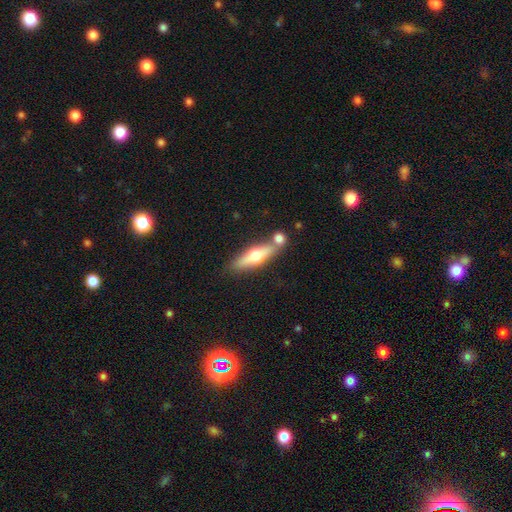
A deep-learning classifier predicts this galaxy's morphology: Smooth or featured: featured or disk — 49% (smooth — 45%)
Merging: none — 64% (merger — 21%)